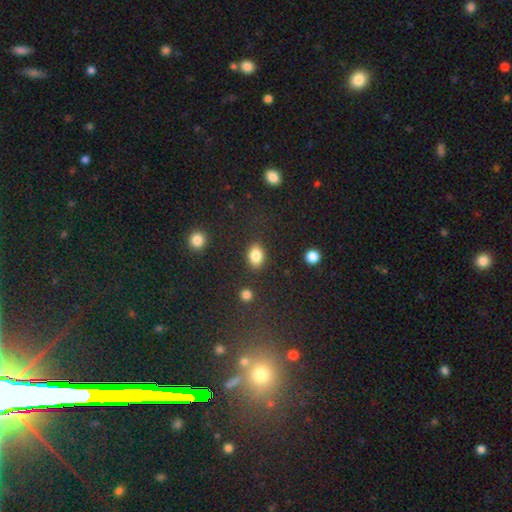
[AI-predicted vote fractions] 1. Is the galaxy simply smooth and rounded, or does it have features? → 84% smooth, 9% star or artifact, 7% featured or disk.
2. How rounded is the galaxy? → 77% in between, 22% round, 1% cigar-shaped.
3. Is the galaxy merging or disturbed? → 84% none, 10% minor disturbance, 3% major disturbance, 3% merger.